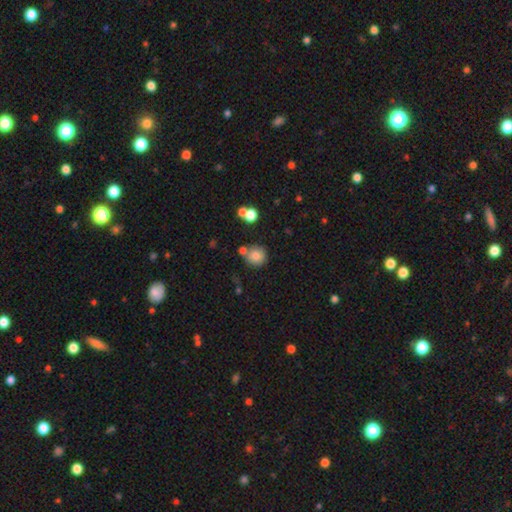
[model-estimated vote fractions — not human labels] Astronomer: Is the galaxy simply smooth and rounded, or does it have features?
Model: smooth — 79%.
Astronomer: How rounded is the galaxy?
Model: round — 91%.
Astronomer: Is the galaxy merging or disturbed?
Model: none — 70%.